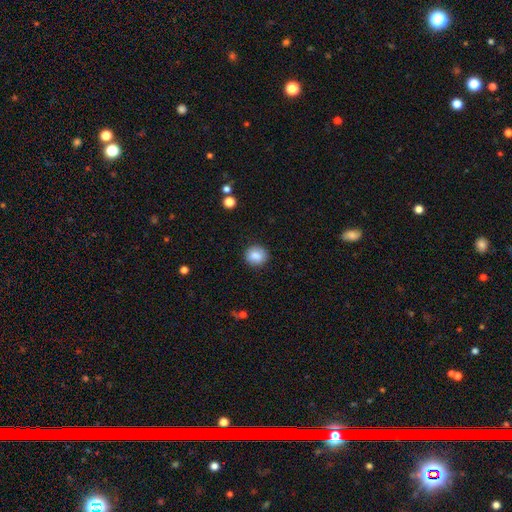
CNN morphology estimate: This is clearly a smooth galaxy (85%). How rounded: clearly round (87%). Merging: clearly none (90%).